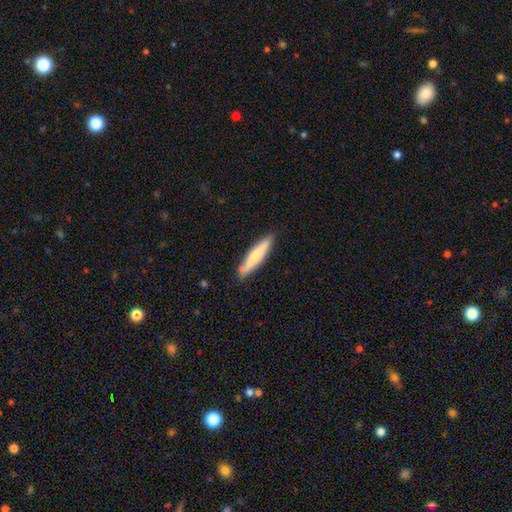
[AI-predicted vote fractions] The model was most divided on "smooth or featured": smooth: 65%, featured or disk: 29%, star or artifact: 6%. More confident: how rounded — cigar-shaped (88%); merging — none (85%).